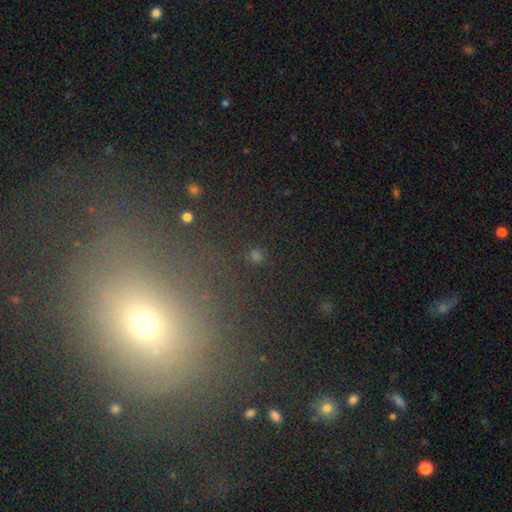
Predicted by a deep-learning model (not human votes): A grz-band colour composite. It shows a smooth galaxy with no disk features (60%) that is round (90%). Merging: none (85%).